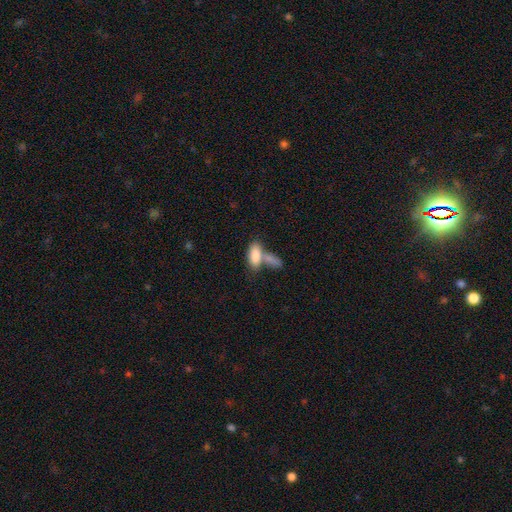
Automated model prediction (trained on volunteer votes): A smooth galaxy with no disk features (83%) that is in between round and cigar-shaped (85%).

Vote fractions:
- Smooth or featured? smooth: 83% / featured or disk: 10% / star or artifact: 7%
- How rounded? in between: 85% / cigar-shaped: 12% / round: 3%
- Merging? merger: 54% / none: 32% / minor disturbance: 9% / major disturbance: 5%